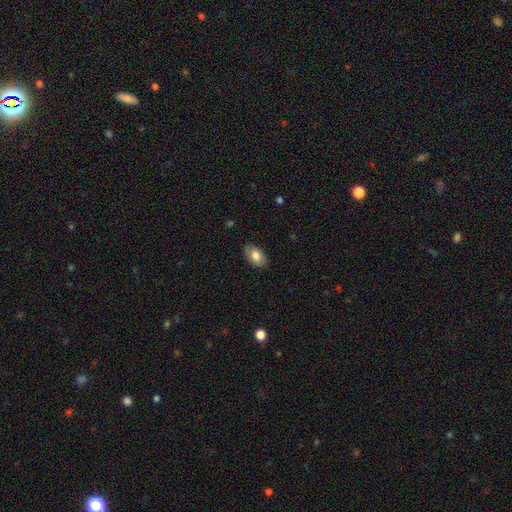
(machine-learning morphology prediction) Smooth or featured? Predicted: smooth (p=0.80). How rounded? Predicted: in between (p=0.93). Merging? Predicted: none (p=0.85).